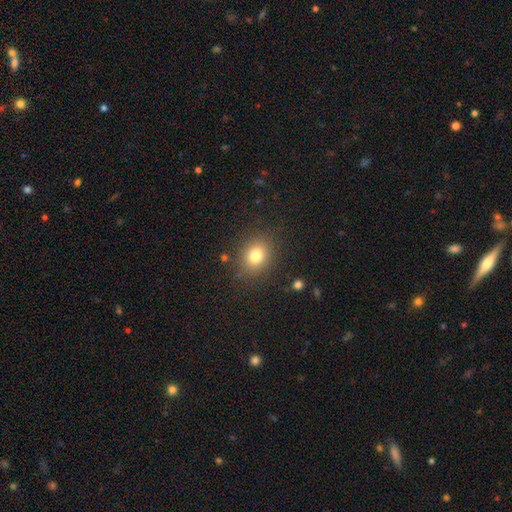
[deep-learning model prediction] A smooth galaxy with no disk features (79%) that is round (62%).

Vote fractions:
- Smooth or featured? smooth: 79% / star or artifact: 12% / featured or disk: 8%
- How rounded? round: 62% / in between: 37% / cigar-shaped: 1%
- Merging? none: 85% / minor disturbance: 9% / major disturbance: 4% / merger: 2%